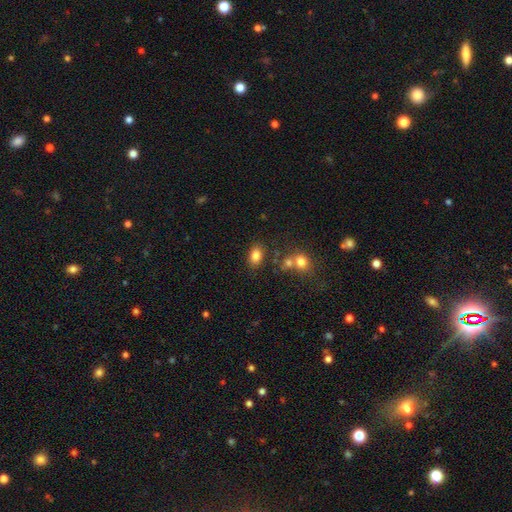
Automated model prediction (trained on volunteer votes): Smooth or featured: smooth — 82% (star or artifact — 10%)
How rounded: in between — 84% (round — 14%)
Merging: none — 77% (minor disturbance — 11%)